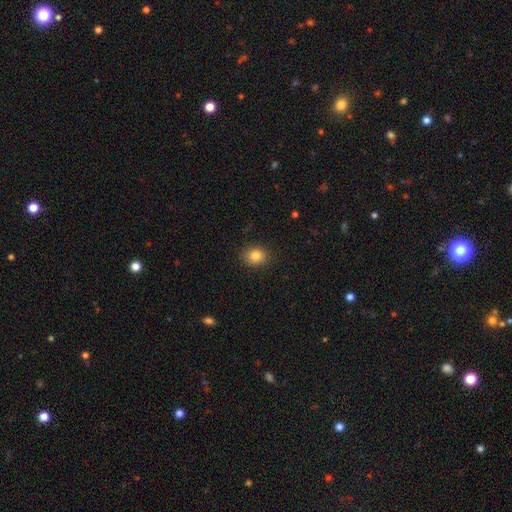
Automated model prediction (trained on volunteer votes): Smooth or featured?
  - smooth: 83% *
  - star or artifact: 10%
  - featured or disk: 7%
How rounded?
  - round: 62% *
  - in between: 37%
  - cigar-shaped: 1%
Merging?
  - none: 88% *
  - minor disturbance: 9%
  - major disturbance: 2%
  - merger: 1%